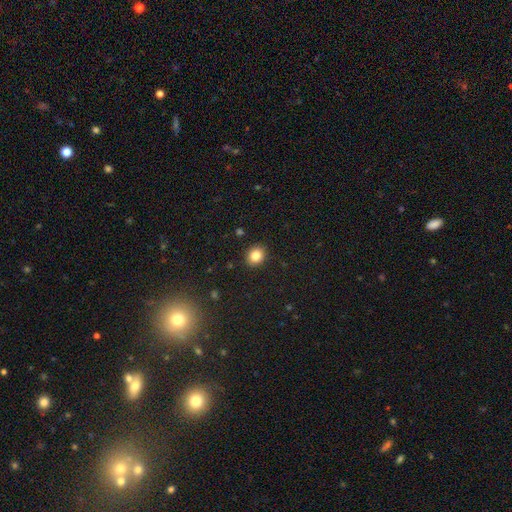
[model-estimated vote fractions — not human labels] Smooth or featured?
  - smooth: 84% *
  - star or artifact: 10%
  - featured or disk: 6%
How rounded?
  - round: 59% *
  - in between: 40%
  - cigar-shaped: 1%
Merging?
  - none: 90% *
  - minor disturbance: 7%
  - major disturbance: 2%
  - merger: 1%